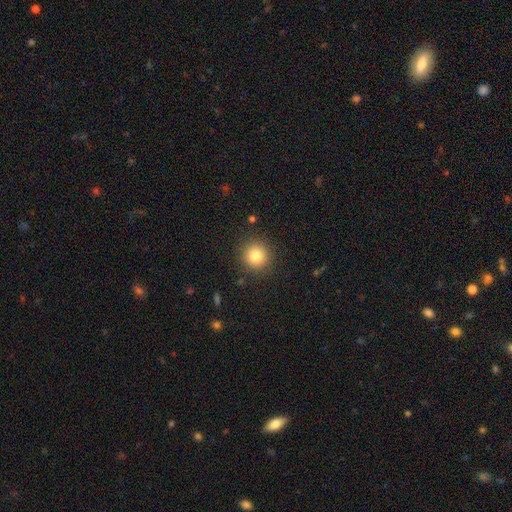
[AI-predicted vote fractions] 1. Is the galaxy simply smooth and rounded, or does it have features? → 81% smooth, 12% star or artifact, 7% featured or disk.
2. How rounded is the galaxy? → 94% round, 5% in between, 1% cigar-shaped.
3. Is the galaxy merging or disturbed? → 90% none, 6% minor disturbance, 2% major disturbance, 1% merger.